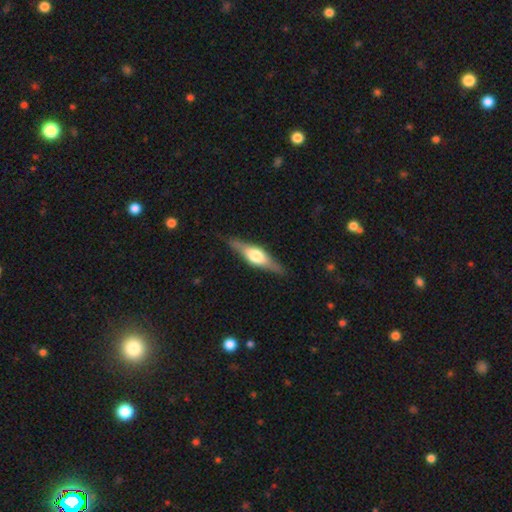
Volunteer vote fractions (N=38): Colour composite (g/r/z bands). It shows a featured or disk galaxy (68%) viewed edge-on (92%) with a rounded central bulge (96%). Merging: none (84%).